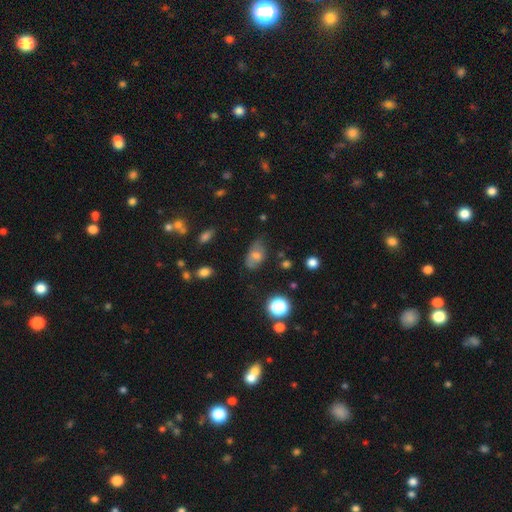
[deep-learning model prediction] The model was most divided on "merging": none: 58%, minor disturbance: 30%, major disturbance: 9%, merger: 3%. More confident: how rounded — in between (86%); smooth or featured — smooth (64%).